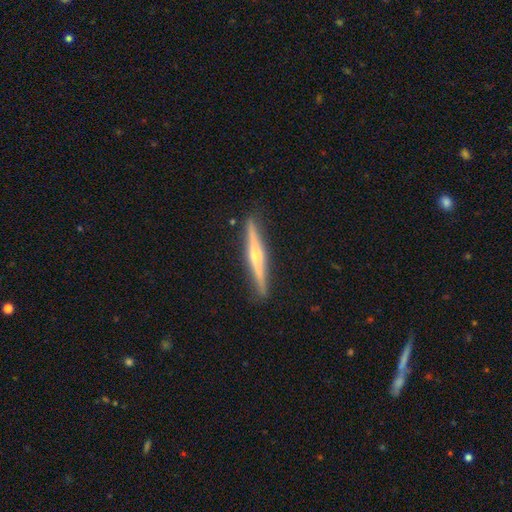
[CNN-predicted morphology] The model was most divided on "smooth or featured": featured or disk: 74%, smooth: 20%, star or artifact: 6%. More confident: edge-on disk — yes (97%); merging — none (90%); edge-on bulge — rounded (87%).